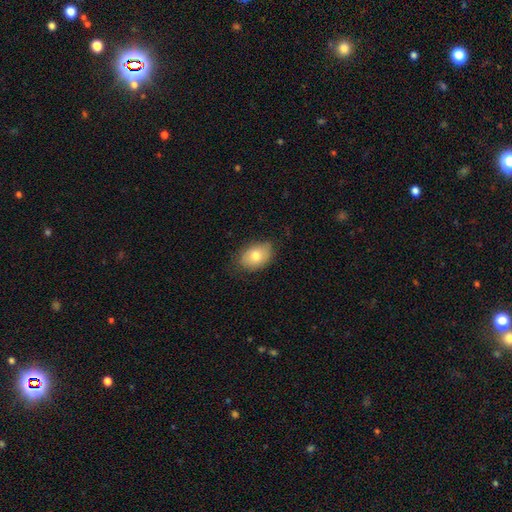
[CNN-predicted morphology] type=smooth (76%); roundness=in between (78%); merging=none (78%).